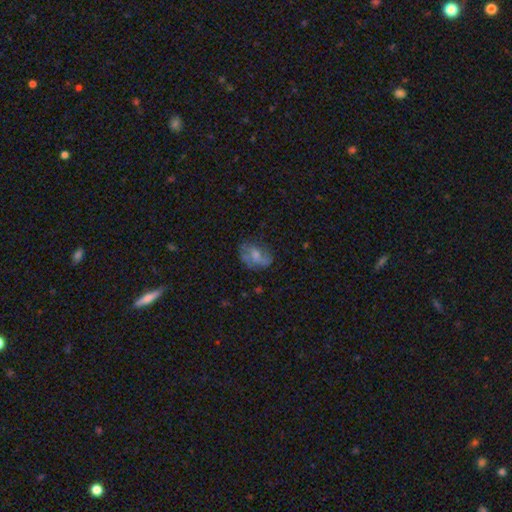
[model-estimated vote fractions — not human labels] smooth_or_featured: smooth (p=0.46) [alt: featured or disk p=0.44]
merging: none (p=0.55) [alt: minor disturbance p=0.26]